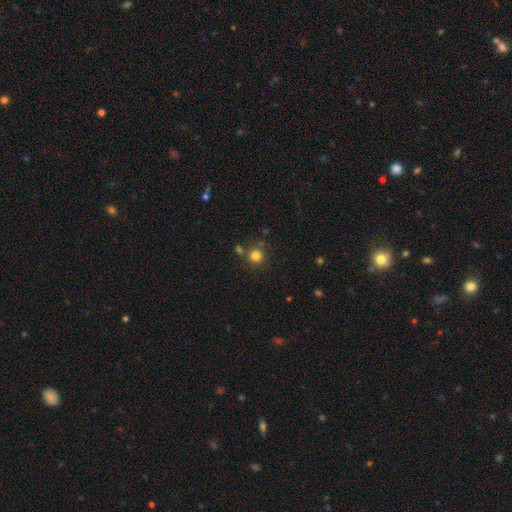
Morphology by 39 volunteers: Smooth or featured? smooth (87%)
How rounded? round (97%)
Merging? none (72%)